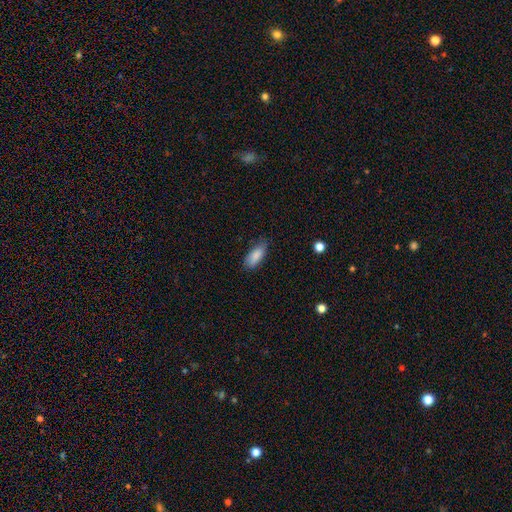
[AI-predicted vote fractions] smooth 87%, featured or disk 7%, star or artifact 6%. Down the decision tree: how rounded — in between (78%); merging — none (76%).